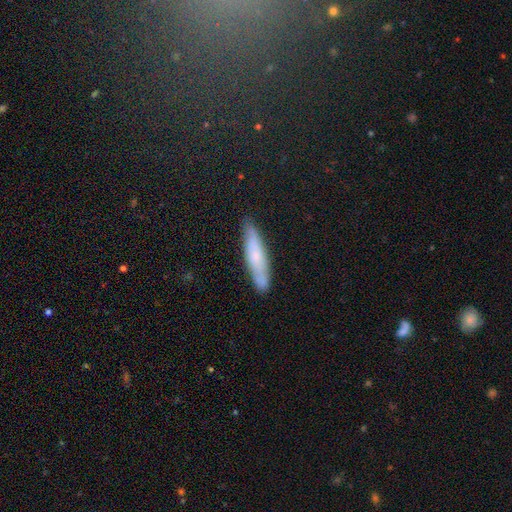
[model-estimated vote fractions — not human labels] This appears to be a smooth galaxy with no disk features (57%) that is cigar-shaped (83%). Merging: none (80%).